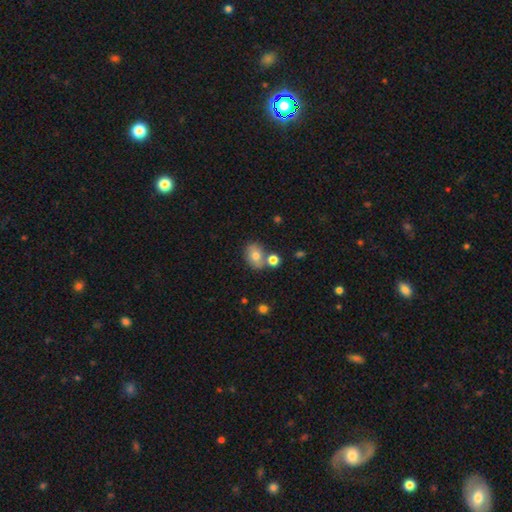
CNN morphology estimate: This is likely a smooth galaxy (74%). How rounded: possibly in between (58%). Merging: possibly none (58%).